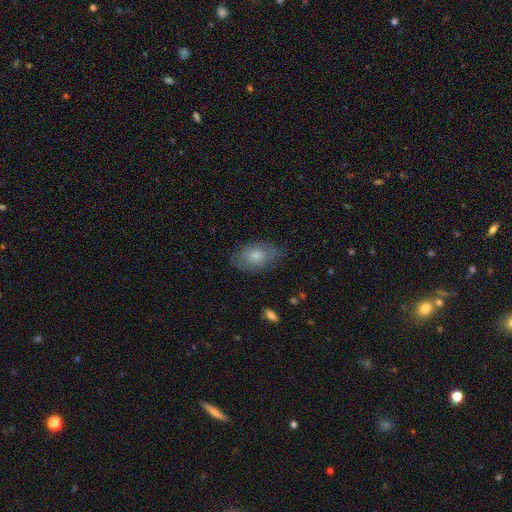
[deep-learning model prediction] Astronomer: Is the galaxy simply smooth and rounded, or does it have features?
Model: smooth — 70%.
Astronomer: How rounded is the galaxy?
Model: in between — 91%.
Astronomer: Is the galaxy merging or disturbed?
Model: none — 75%.